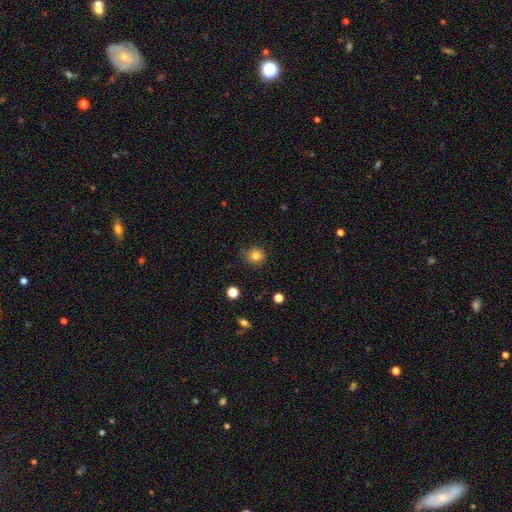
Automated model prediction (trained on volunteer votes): smooth-or-featured: smooth: 81% | star or artifact: 12% | featured or disk: 7%
  how-rounded: round: 88% | in between: 11% | cigar-shaped: 1%
  merging: none: 84% | minor disturbance: 12% | major disturbance: 3% | merger: 1%